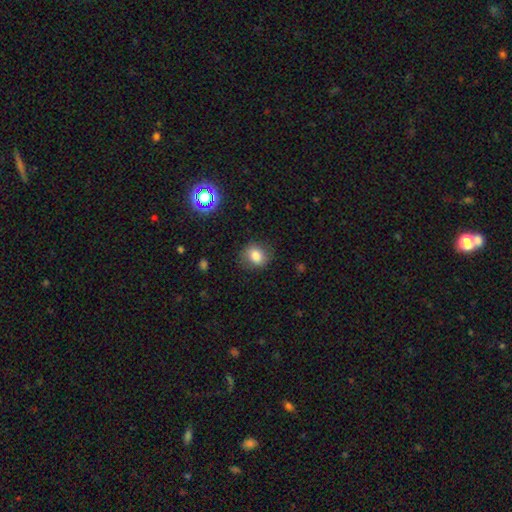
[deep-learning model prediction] Smooth or featured? Predicted: smooth (p=0.78). How rounded? Predicted: round (p=0.60). Merging? Predicted: none (p=0.79).